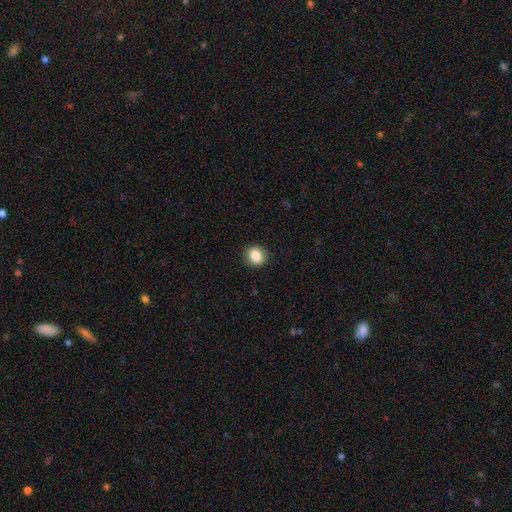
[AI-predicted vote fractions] smooth_or_featured: smooth (p=0.86) [alt: star or artifact p=0.09]
how_rounded: round (p=0.71) [alt: in between p=0.28]
merging: none (p=0.89) [alt: minor disturbance p=0.08]